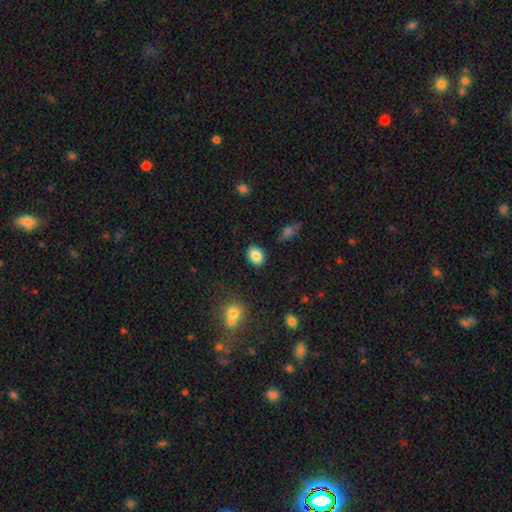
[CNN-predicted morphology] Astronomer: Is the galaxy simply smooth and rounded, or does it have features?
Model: smooth — 85%.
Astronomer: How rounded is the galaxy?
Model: in between — 64%.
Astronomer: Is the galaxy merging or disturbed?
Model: none — 87%.